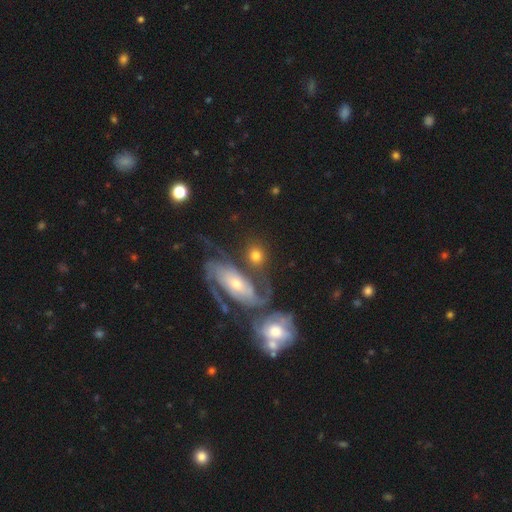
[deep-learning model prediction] smooth 57%, featured or disk 33%, star or artifact 10%. Down the decision tree: how rounded — round (73%); merging — none (55%).